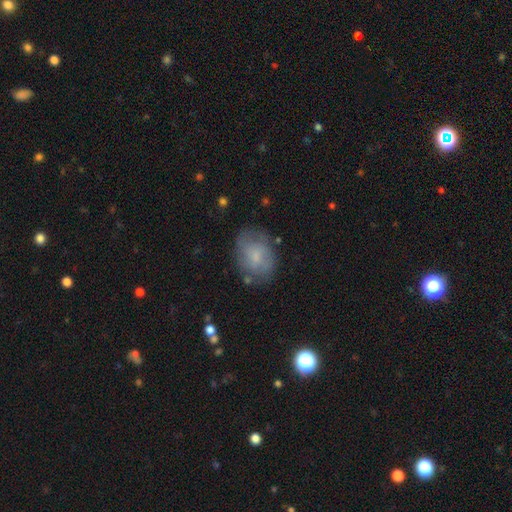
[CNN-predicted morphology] The model was most divided on "smooth or featured": smooth: 56%, featured or disk: 35%, star or artifact: 8%. More confident: merging — none (68%); how rounded — in between (67%).